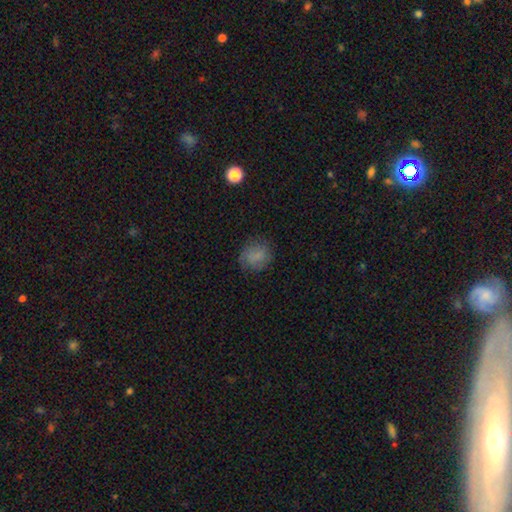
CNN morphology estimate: This appears to be a smooth galaxy with no disk features (76%) that is round (77%). Merging: none (75%).